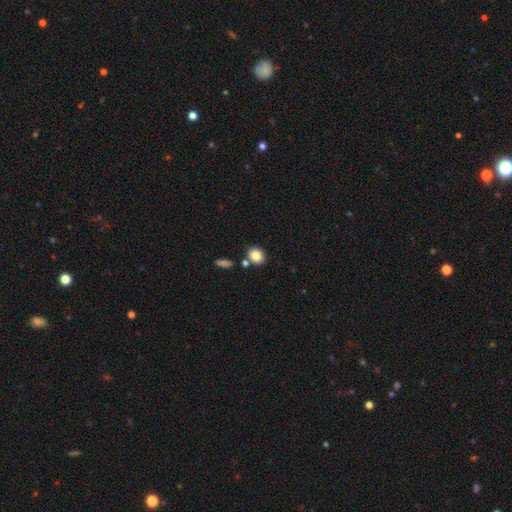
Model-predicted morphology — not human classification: Smooth or featured: smooth — 85% (star or artifact — 9%)
How rounded: round — 61% (in between — 38%)
Merging: none — 72% (merger — 15%)